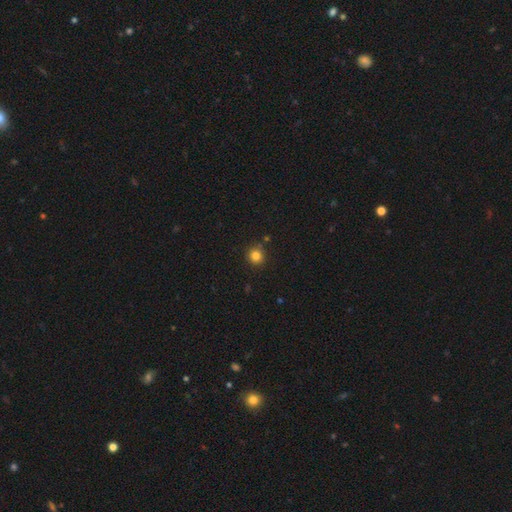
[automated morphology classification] Smooth or featured: smooth — 83% (star or artifact — 13%)
How rounded: round — 92% (in between — 7%)
Merging: none — 86% (minor disturbance — 8%)